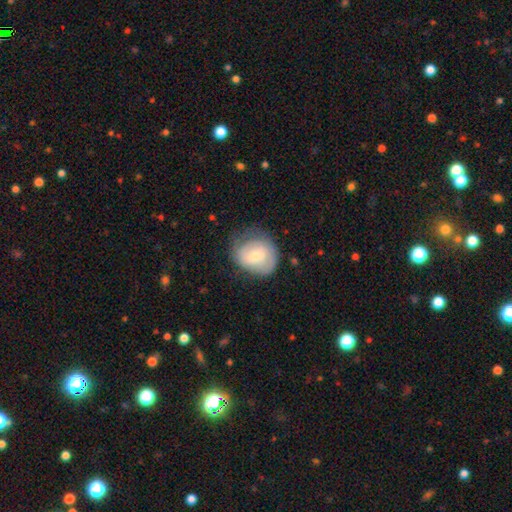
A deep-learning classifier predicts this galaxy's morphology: Smooth or featured: smooth — 51% (featured or disk — 42%)
How rounded: round — 69% (in between — 30%)
Merging: none — 59% (minor disturbance — 28%)